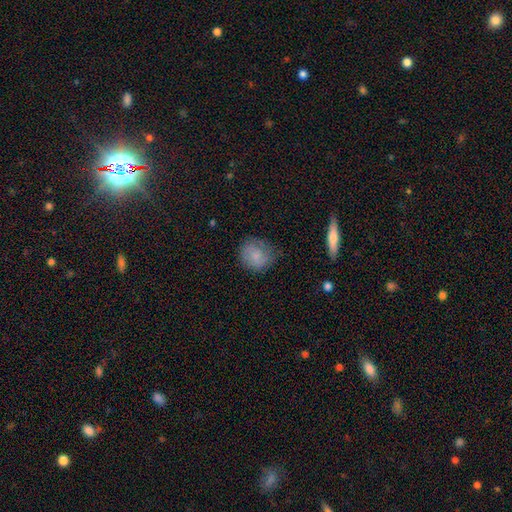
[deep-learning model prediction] Morphology: type=smooth (75%); roundness=round (82%); merging=none (67%).